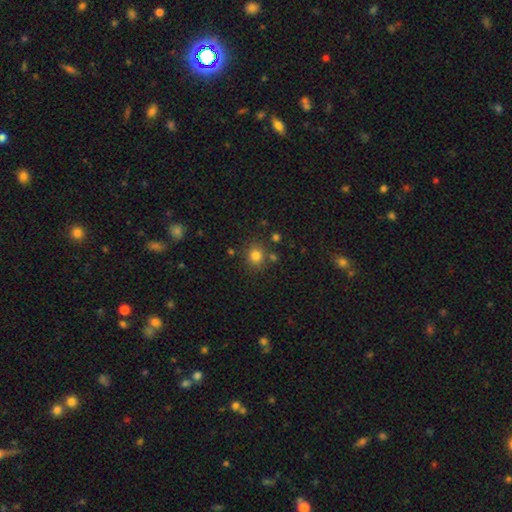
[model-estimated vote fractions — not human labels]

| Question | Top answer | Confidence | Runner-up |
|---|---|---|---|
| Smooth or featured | smooth | 80% | star or artifact (14%) |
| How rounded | round | 82% | in between (17%) |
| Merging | none | 79% | minor disturbance (10%) |